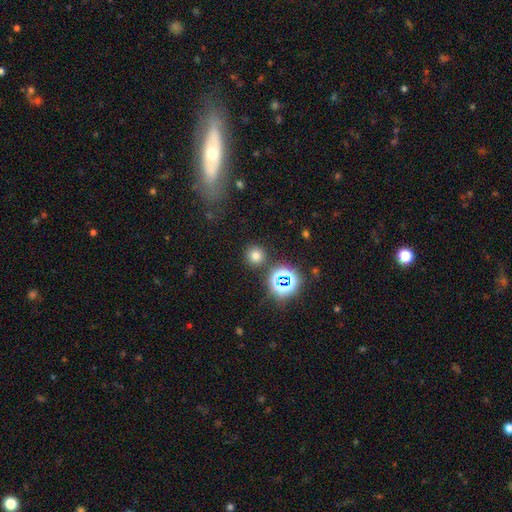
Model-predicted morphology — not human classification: A smooth galaxy with no disk features (70%) that is round (93%). Merging: none (85%).